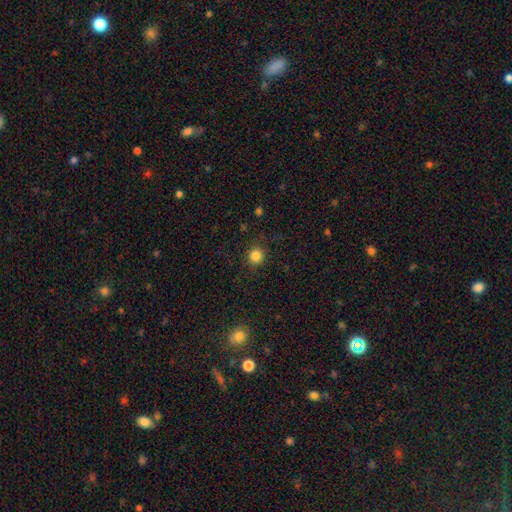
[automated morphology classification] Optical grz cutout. It shows a smooth galaxy with no disk features (84%) that is round (93%). Merging: none (89%).